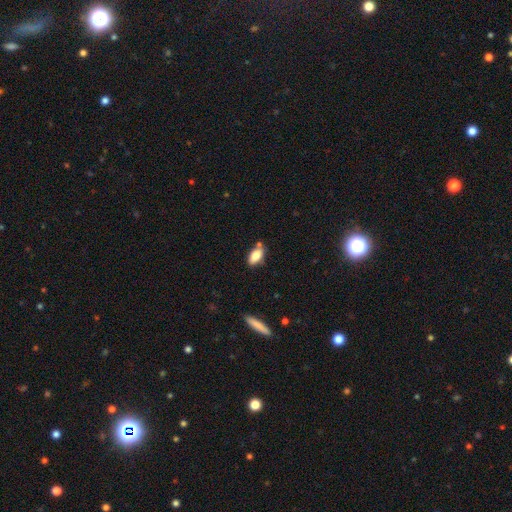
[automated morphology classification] Smooth or featured? Predicted: smooth (p=0.81). How rounded? Predicted: in between (p=0.90). Merging? Predicted: none (p=0.70).